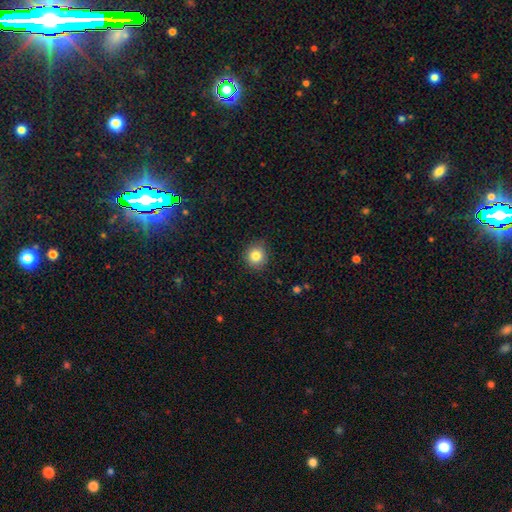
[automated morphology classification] A smooth galaxy with no disk features (84%) that is round (90%).

Vote fractions:
- Smooth or featured? smooth: 84% / star or artifact: 11% / featured or disk: 6%
- How rounded? round: 90% / in between: 9% / cigar-shaped: 1%
- Merging? none: 88% / minor disturbance: 9% / major disturbance: 2% / merger: 1%